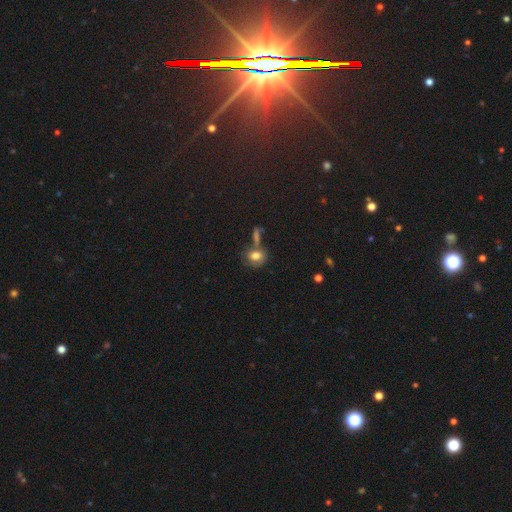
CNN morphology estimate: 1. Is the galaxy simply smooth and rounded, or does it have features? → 71% smooth, 17% featured or disk, 12% star or artifact.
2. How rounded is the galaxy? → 58% in between, 40% round, 2% cigar-shaped.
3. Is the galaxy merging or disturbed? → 44% none, 29% merger, 17% minor disturbance, 10% major disturbance.